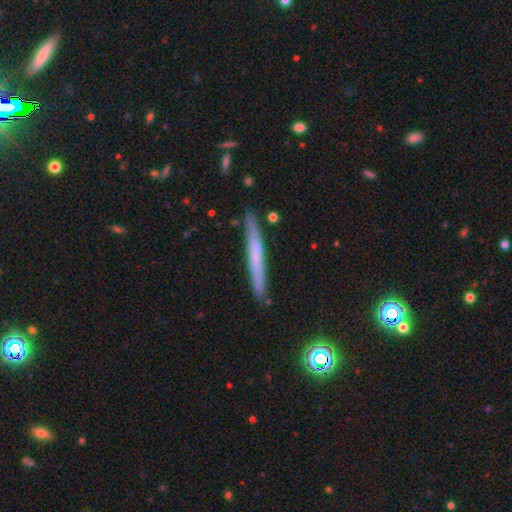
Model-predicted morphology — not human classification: Smooth or featured?
  - smooth: 50% *
  - featured or disk: 43%
  - star or artifact: 7%
Merging?
  - none: 88% *
  - minor disturbance: 8%
  - merger: 2%
  - major disturbance: 1%